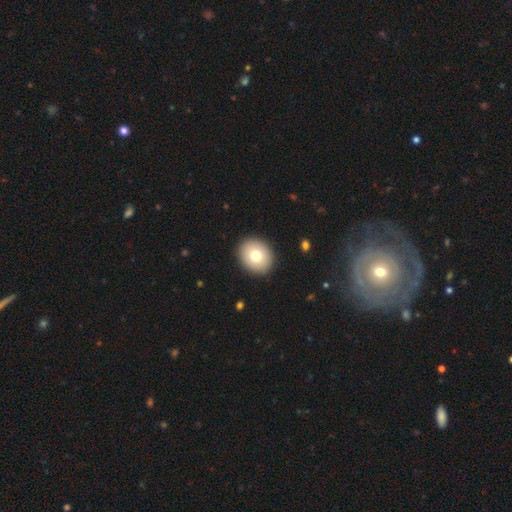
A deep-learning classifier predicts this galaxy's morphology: Smooth or featured: smooth — 75% (featured or disk — 16%)
How rounded: round — 68% (in between — 31%)
Merging: none — 91% (minor disturbance — 6%)